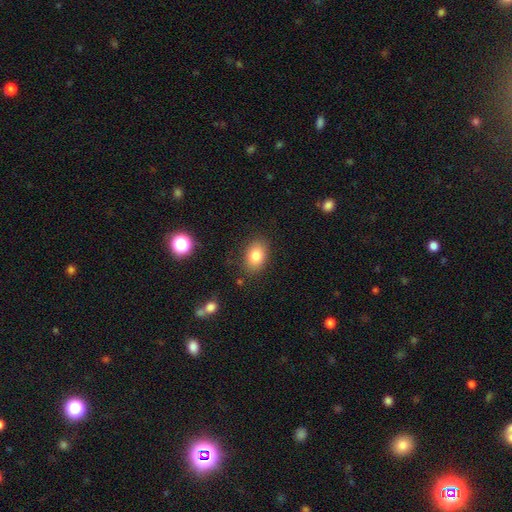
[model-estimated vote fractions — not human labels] Overall: smooth (81%). How rounded: in between (81%). Merging: none (84%).